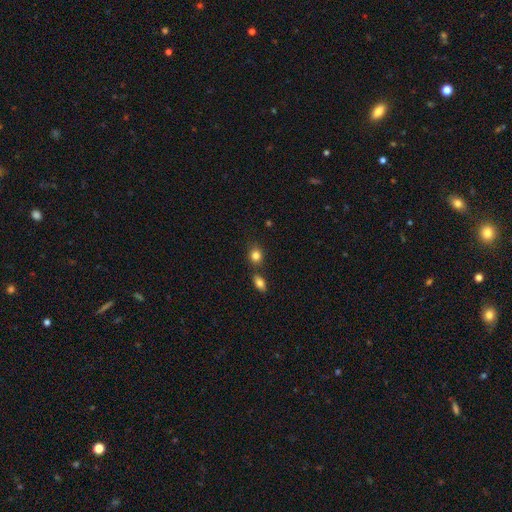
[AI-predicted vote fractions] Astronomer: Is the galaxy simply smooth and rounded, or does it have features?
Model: smooth — 84%.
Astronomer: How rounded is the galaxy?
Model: round — 61% (runner-up: in between, 38%).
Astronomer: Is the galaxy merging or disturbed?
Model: none — 69%.